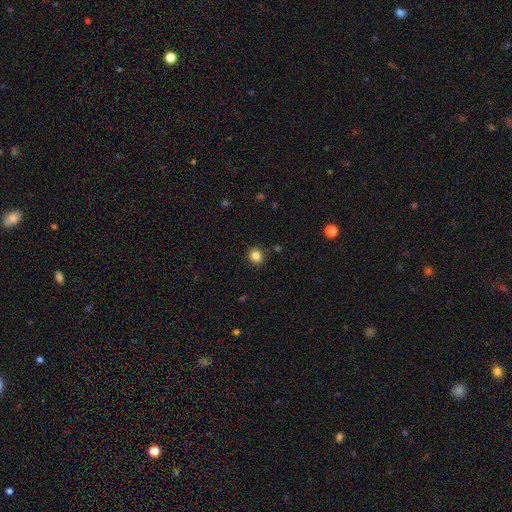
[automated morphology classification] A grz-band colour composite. It shows a smooth galaxy with no disk features (84%) that is round (82%). Merging: none (89%).